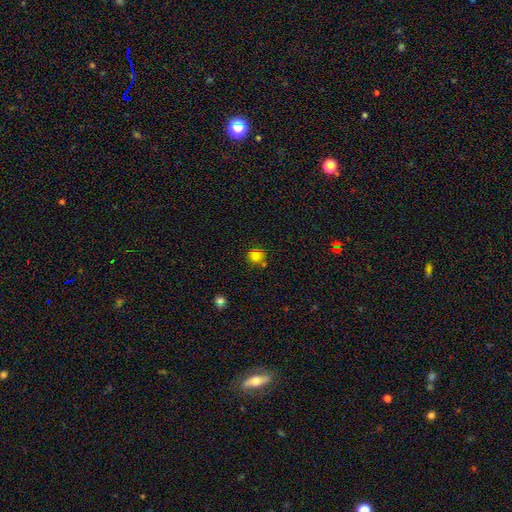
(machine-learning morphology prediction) smooth-or-featured: smooth: 80% | star or artifact: 14% | featured or disk: 6%
  how-rounded: round: 82% | in between: 17% | cigar-shaped: 1%
  merging: none: 70% | minor disturbance: 14% | merger: 12% | major disturbance: 4%